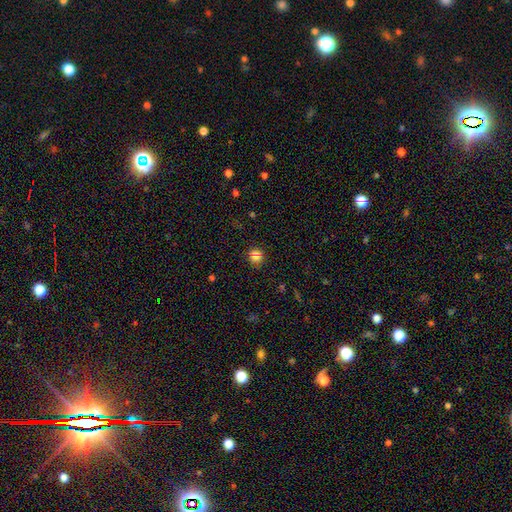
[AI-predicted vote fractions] smooth 81%, star or artifact 13%, featured or disk 6%. Down the decision tree: how rounded — round (87%); merging — none (81%).